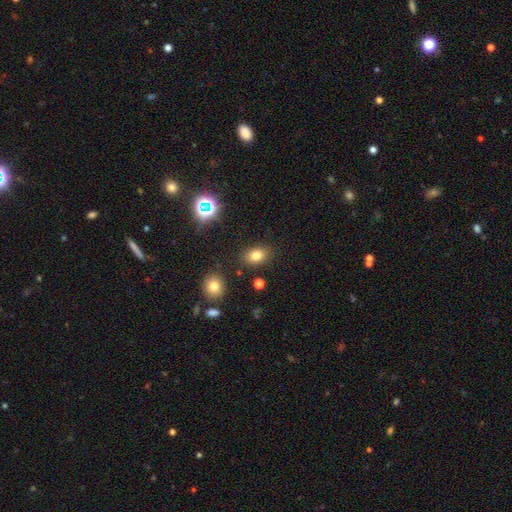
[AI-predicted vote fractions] A smooth galaxy with no disk features (76%) that is in between round and cigar-shaped (74%). Merging: none (84%).